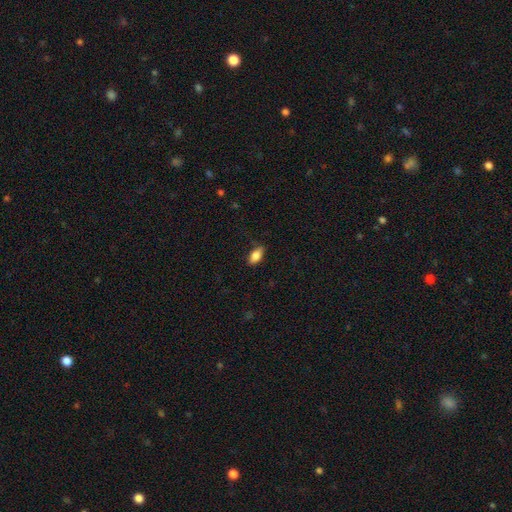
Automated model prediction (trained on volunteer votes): Overall: smooth (81%). How rounded: in between (85%). Merging: none (77%).